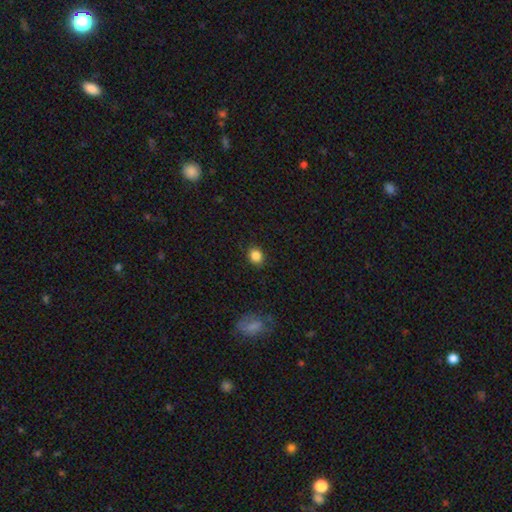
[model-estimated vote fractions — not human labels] Smooth or featured? smooth (85%)
How rounded? round (65%)
Merging? none (88%)